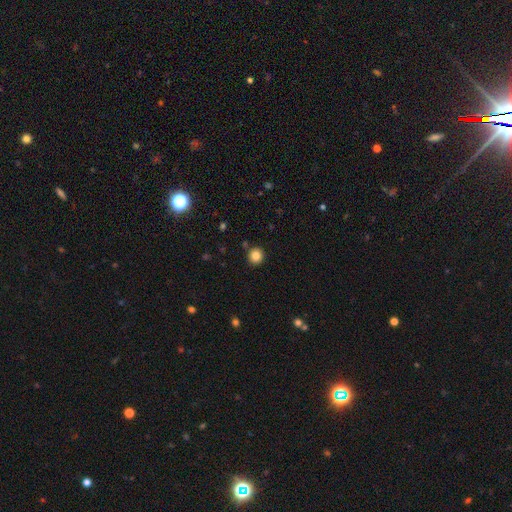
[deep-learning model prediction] Q: Smooth or featured?
A: smooth (83%); runner-up: star or artifact (11%)
Q: How rounded?
A: round (92%); runner-up: in between (7%)
Q: Merging?
A: none (90%); runner-up: minor disturbance (6%)